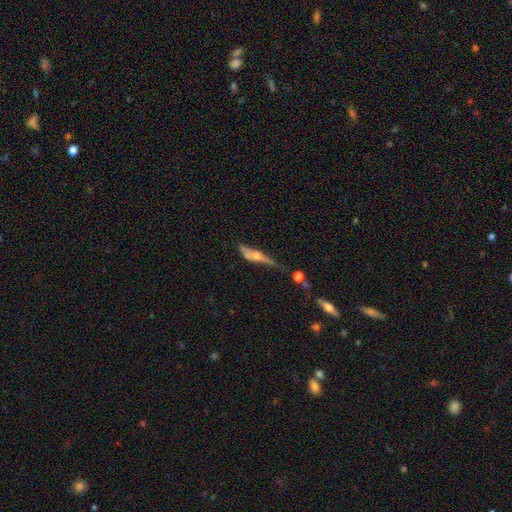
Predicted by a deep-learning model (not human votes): Smooth or featured: featured or disk — 52% (smooth — 39%)
Edge-on disk: yes — 73% (no — 27%)
Merging: none — 30% (major disturbance — 27%)